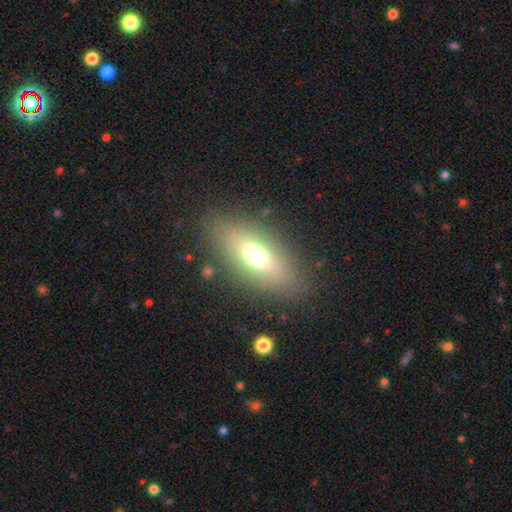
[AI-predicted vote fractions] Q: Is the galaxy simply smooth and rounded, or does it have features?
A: smooth — 64%.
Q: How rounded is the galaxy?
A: in between — 79%.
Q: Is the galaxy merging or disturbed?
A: none — 83%.